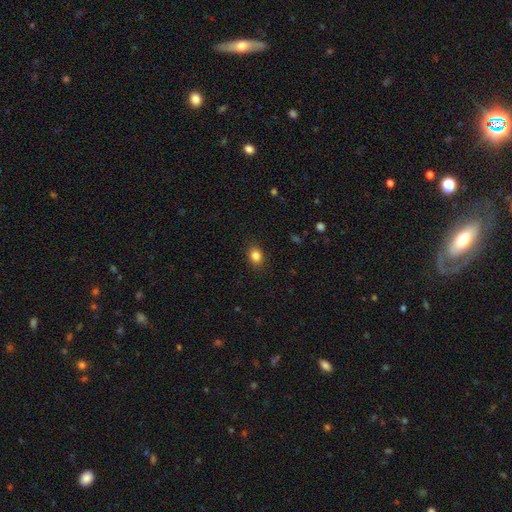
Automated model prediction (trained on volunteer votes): Q: Smooth or featured?
A: smooth (85%); runner-up: star or artifact (10%)
Q: How rounded?
A: in between (60%); runner-up: round (39%)
Q: Merging?
A: none (88%); runner-up: minor disturbance (9%)